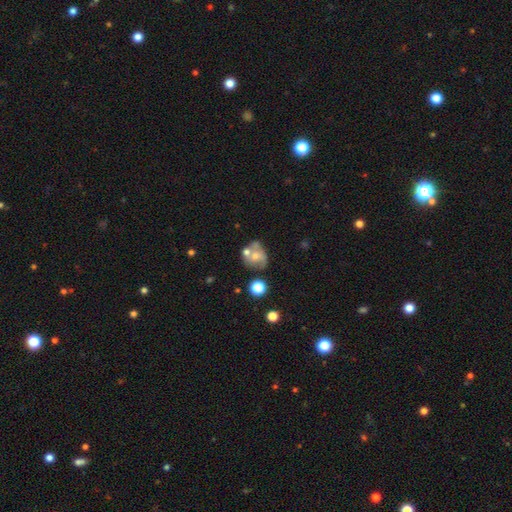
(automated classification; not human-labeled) This is possibly a featured or disk galaxy (46%). Merging: marginally none (39%).